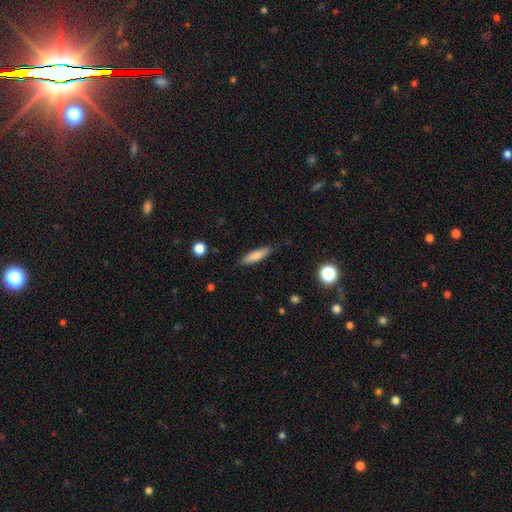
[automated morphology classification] Smooth or featured? Predicted: smooth (p=0.76). How rounded? Predicted: cigar-shaped (p=0.76). Merging? Predicted: none (p=0.85).